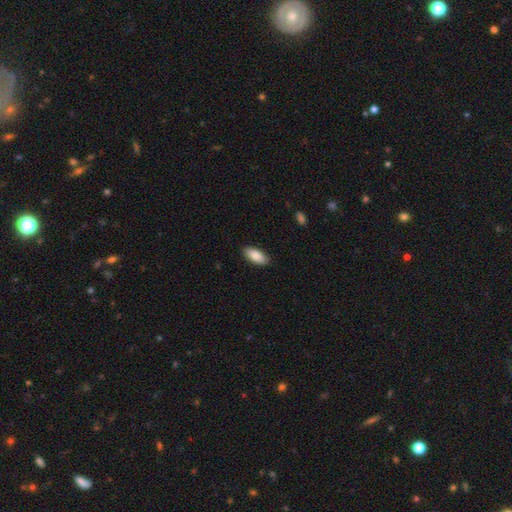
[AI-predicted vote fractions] Smooth or featured: smooth — 84% (featured or disk — 10%)
How rounded: in between — 88% (cigar-shaped — 10%)
Merging: none — 89% (minor disturbance — 9%)